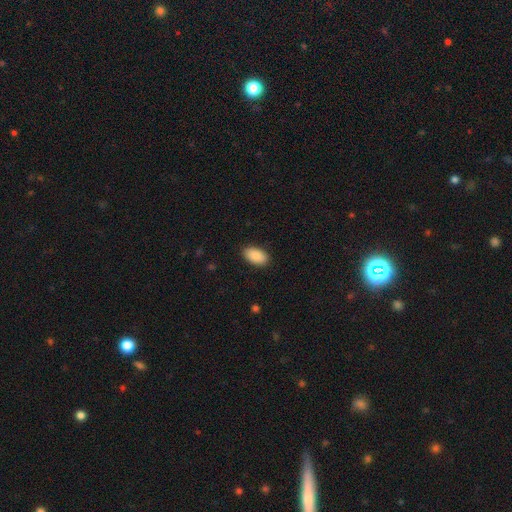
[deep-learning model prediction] Smooth or featured?
  - smooth: 90% *
  - star or artifact: 6%
  - featured or disk: 4%
How rounded?
  - in between: 95% *
  - round: 4%
  - cigar-shaped: 2%
Merging?
  - none: 89% *
  - minor disturbance: 8%
  - major disturbance: 2%
  - merger: 1%